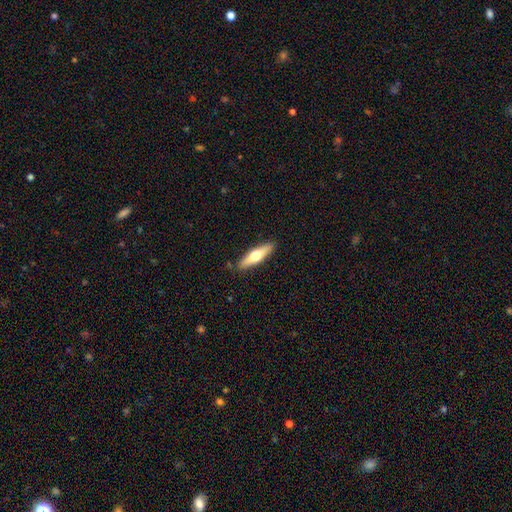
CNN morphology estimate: smooth-or-featured: smooth: 53% | featured or disk: 42% | star or artifact: 5%
  how-rounded: cigar-shaped: 70% | in between: 28% | round: 2%
  merging: none: 88% | minor disturbance: 9% | major disturbance: 2% | merger: 1%